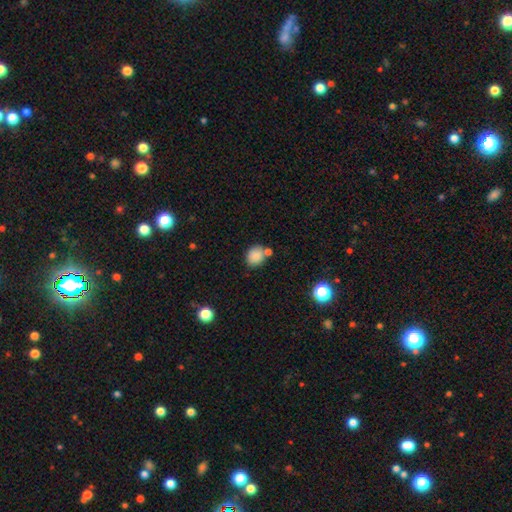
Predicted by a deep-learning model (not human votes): Smooth or featured? Predicted: smooth (p=0.84). How rounded? Predicted: round (p=0.65). Merging? Predicted: none (p=0.61).